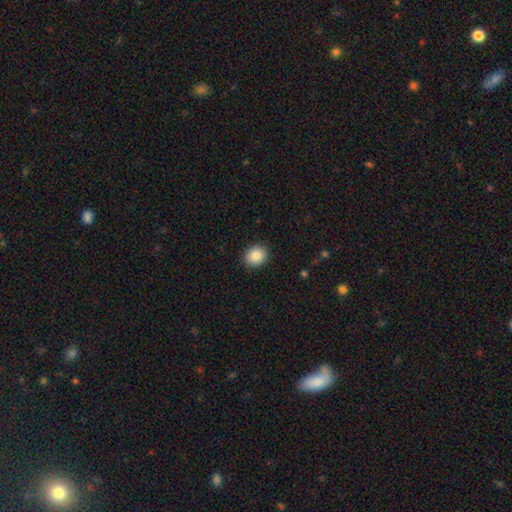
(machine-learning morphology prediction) This is clearly a smooth galaxy (86%). How rounded: likely round (62%). Merging: clearly none (90%).